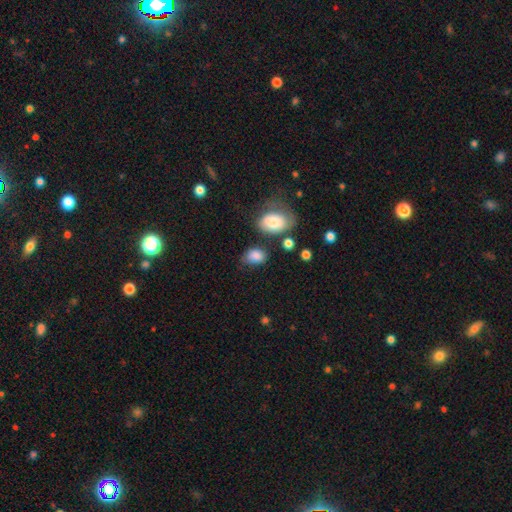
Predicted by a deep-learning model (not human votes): A smooth galaxy with no disk features (85%) that is in between round and cigar-shaped (77%).

Vote fractions:
- Smooth or featured? smooth: 85% / star or artifact: 9% / featured or disk: 7%
- How rounded? in between: 77% / round: 22% / cigar-shaped: 1%
- Merging? none: 60% / minor disturbance: 23% / merger: 8% / major disturbance: 8%